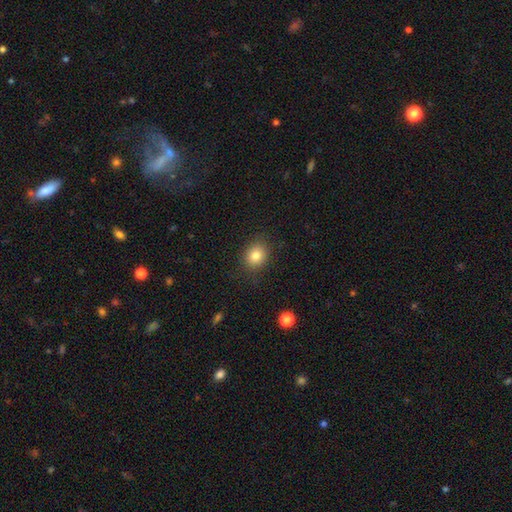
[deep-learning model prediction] Overall: smooth (82%). How rounded: round (63%; in between 36%). Merging: none (86%).